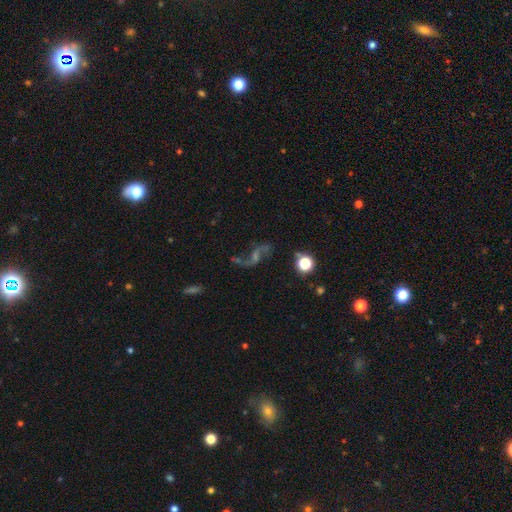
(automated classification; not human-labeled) Morphology: type=featured or disk (75%); edge-on=no (94%); bar=no (45%); spiral arms=yes (91%); winding=loose (86%); arm count=2 (91%); bulge=small (43%); merging=none (67%).